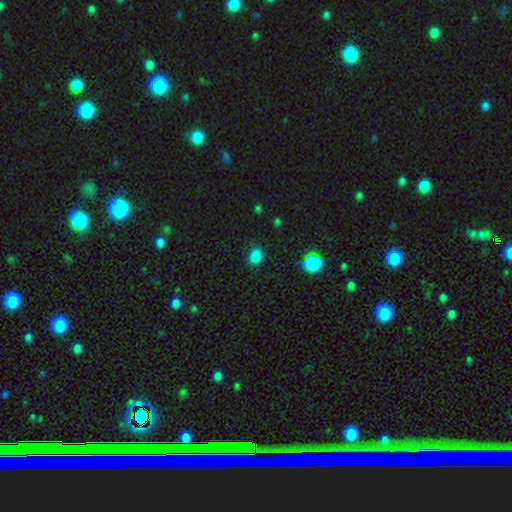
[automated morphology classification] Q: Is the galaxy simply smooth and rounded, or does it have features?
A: smooth — 82%.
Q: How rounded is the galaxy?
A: in between — 50%.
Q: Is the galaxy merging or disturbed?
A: none — 84%.